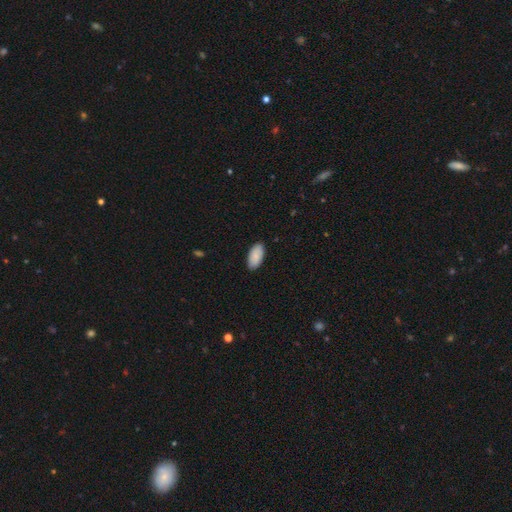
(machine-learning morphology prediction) type=smooth (86%); roundness=in between (95%); merging=none (88%).